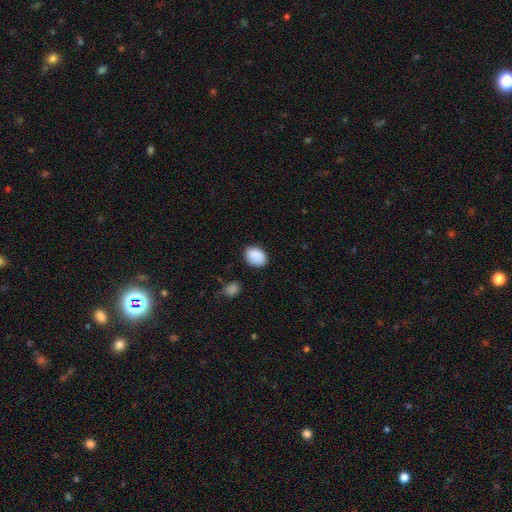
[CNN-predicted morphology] Smooth or featured?
  - smooth: 88% *
  - star or artifact: 7%
  - featured or disk: 4%
How rounded?
  - in between: 63% *
  - round: 36%
  - cigar-shaped: 1%
Merging?
  - none: 78% *
  - minor disturbance: 17%
  - major disturbance: 3%
  - merger: 2%